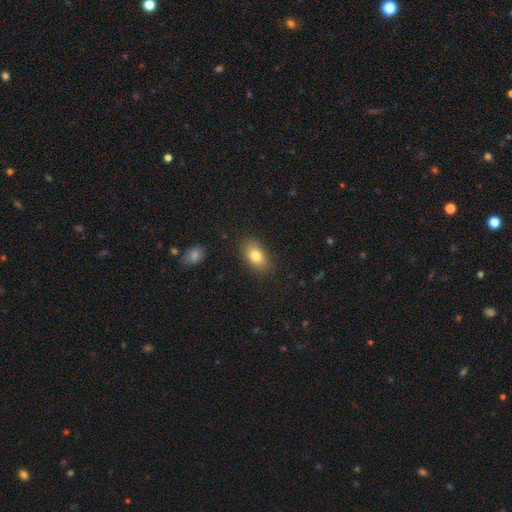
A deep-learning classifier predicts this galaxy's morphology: This is clearly a smooth galaxy (81%). How rounded: clearly in between (88%). Merging: clearly none (85%).